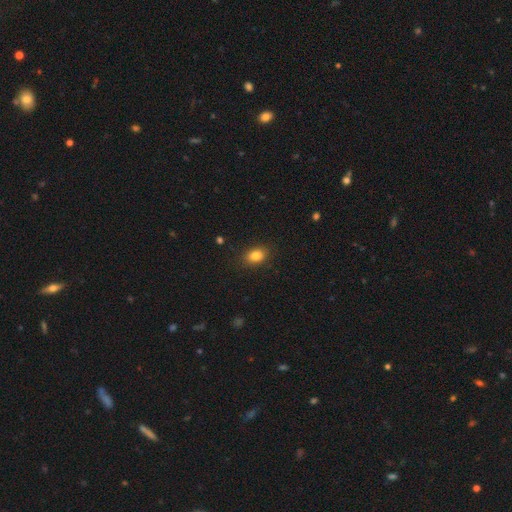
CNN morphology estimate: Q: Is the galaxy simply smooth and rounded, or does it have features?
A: smooth — 84%.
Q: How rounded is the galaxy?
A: in between — 75%.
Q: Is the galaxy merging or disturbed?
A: none — 86%.